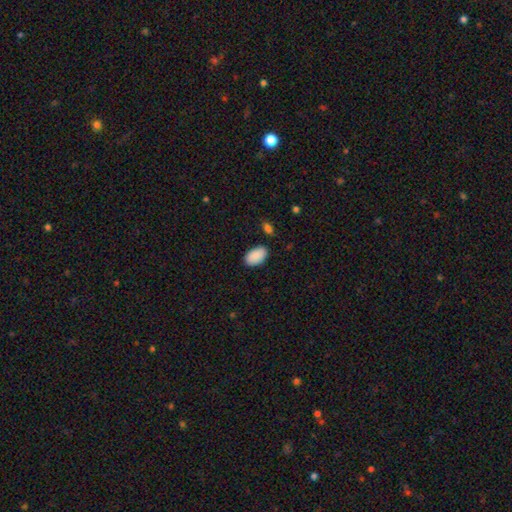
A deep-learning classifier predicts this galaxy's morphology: Smooth or featured? smooth (91%)
How rounded? in between (95%)
Merging? none (85%)